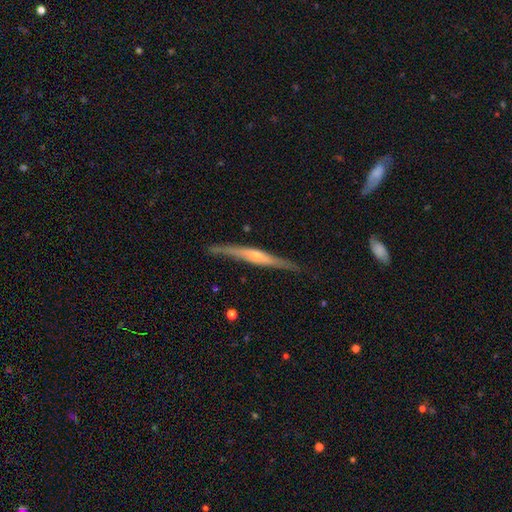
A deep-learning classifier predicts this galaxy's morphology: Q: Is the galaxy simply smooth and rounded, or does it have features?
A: featured or disk — 72%.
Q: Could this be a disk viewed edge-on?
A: yes — 95%.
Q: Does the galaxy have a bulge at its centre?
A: rounded — 66%.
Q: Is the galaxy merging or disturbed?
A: none — 82%.